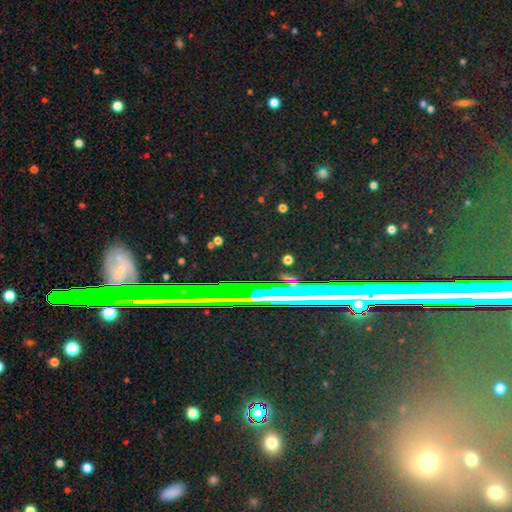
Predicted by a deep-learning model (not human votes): A star or artifact, not a galaxy (79%).